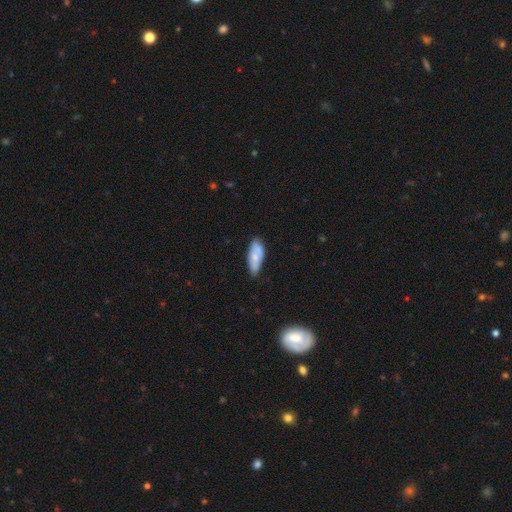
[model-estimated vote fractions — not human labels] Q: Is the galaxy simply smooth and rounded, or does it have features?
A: smooth — 66%.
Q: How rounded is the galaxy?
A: in between — 75%.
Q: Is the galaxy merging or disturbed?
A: none — 73%.